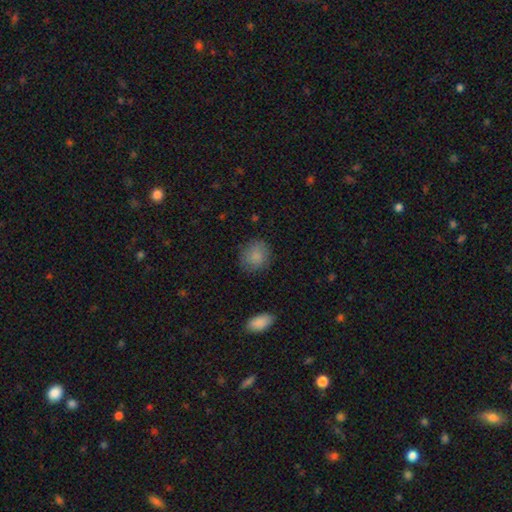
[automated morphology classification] A smooth galaxy with no disk features (86%) that is round (82%). Merging: none (82%).